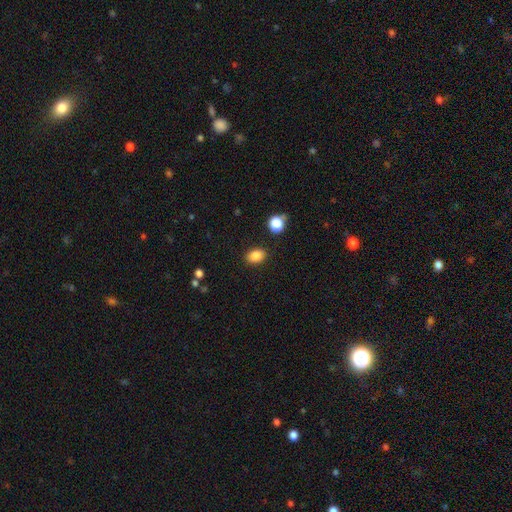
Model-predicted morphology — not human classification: Smooth or featured?
  - smooth: 85% *
  - star or artifact: 10%
  - featured or disk: 5%
How rounded?
  - in between: 74% *
  - round: 25%
  - cigar-shaped: 1%
Merging?
  - none: 86% *
  - minor disturbance: 9%
  - major disturbance: 3%
  - merger: 2%